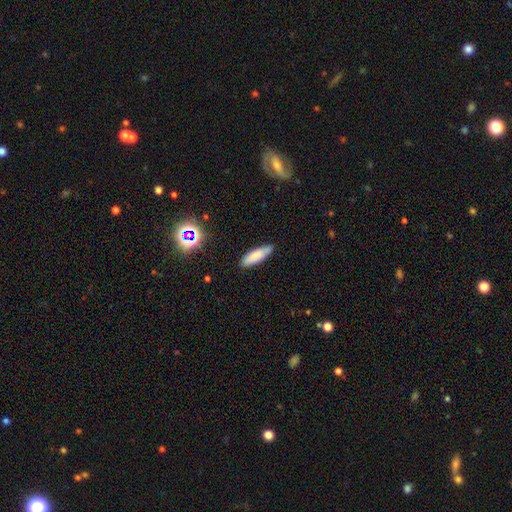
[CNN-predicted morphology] A smooth galaxy with no disk features (80%) that is cigar-shaped (50%).

Vote fractions:
- Smooth or featured? smooth: 80% / featured or disk: 12% / star or artifact: 8%
- How rounded? cigar-shaped: 50% / in between: 48% / round: 2%
- Merging? none: 82% / minor disturbance: 14% / major disturbance: 2% / merger: 2%